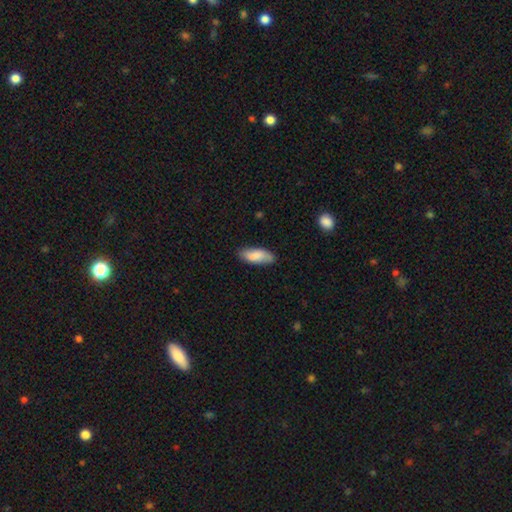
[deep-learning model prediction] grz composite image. It shows a smooth galaxy with no disk features (82%) that is in between round and cigar-shaped (77%). Merging: none (78%).